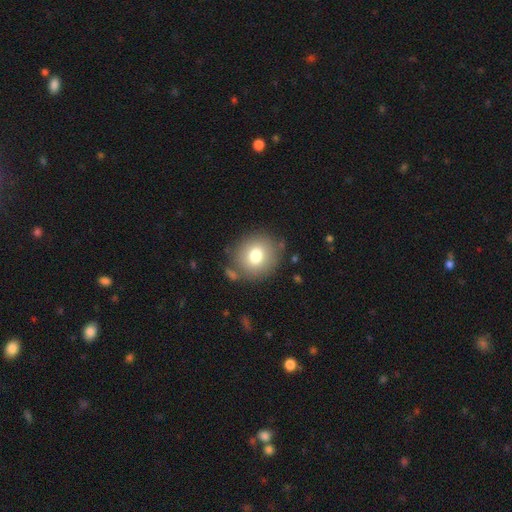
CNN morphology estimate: Overall: smooth (77%). How rounded: round (83%). Merging: none (80%).